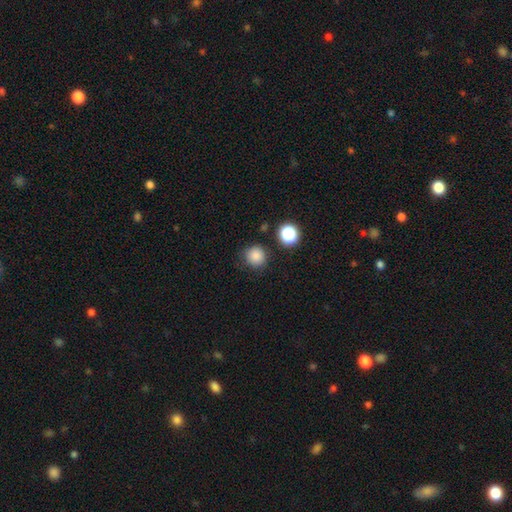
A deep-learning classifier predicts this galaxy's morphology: This is clearly a smooth galaxy (83%). How rounded: clearly round (92%). Merging: clearly none (84%).